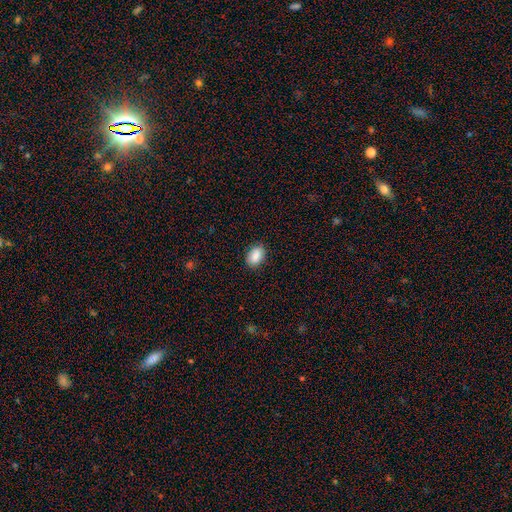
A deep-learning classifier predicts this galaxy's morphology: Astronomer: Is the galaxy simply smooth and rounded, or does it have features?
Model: smooth — 89%.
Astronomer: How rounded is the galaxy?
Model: in between — 86%.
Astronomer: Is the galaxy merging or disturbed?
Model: none — 87%.